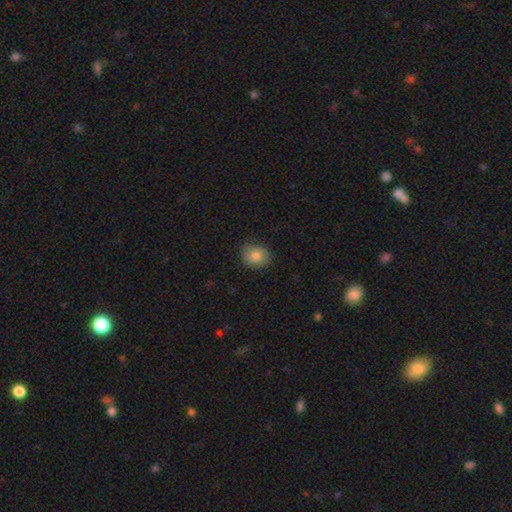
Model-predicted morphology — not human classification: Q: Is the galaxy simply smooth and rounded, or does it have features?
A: smooth — 84%.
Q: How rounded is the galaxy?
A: round — 66%.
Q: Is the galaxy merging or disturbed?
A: none — 85%.